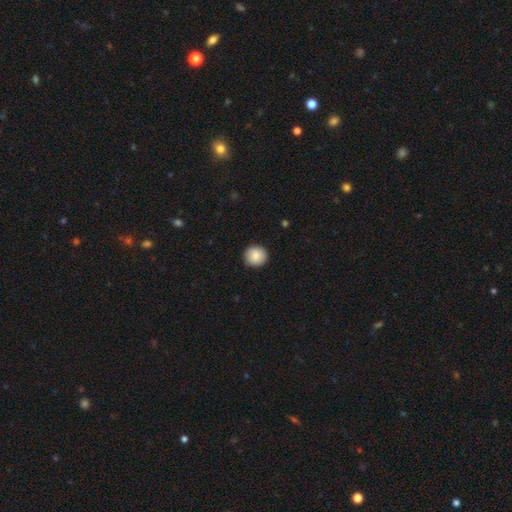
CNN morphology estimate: Overall: smooth (86%). How rounded: round (92%). Merging: none (92%).